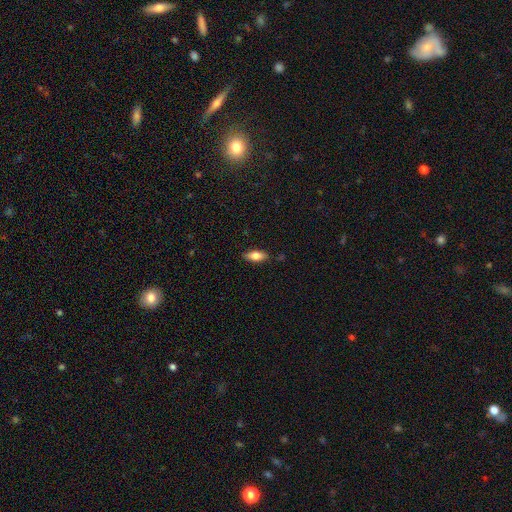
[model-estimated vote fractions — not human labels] A smooth galaxy with no disk features (76%) that is in between round and cigar-shaped (78%).

Vote fractions:
- Smooth or featured? smooth: 76% / featured or disk: 17% / star or artifact: 7%
- How rounded? in between: 78% / cigar-shaped: 19% / round: 2%
- Merging? none: 85% / minor disturbance: 12% / major disturbance: 2% / merger: 1%